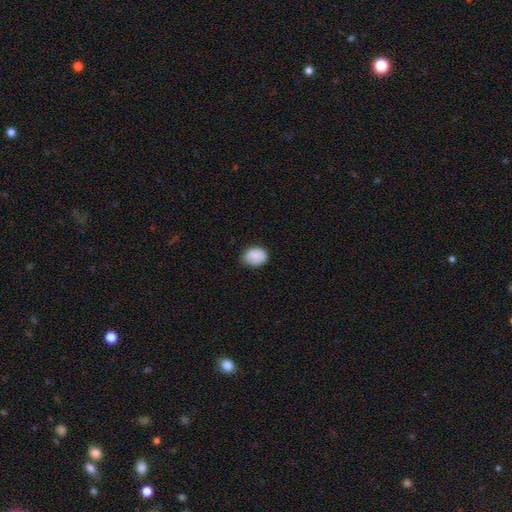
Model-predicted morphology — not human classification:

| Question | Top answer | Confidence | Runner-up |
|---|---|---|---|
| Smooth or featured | smooth | 88% | star or artifact (8%) |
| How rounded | in between | 63% | round (36%) |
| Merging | none | 71% | minor disturbance (24%) |